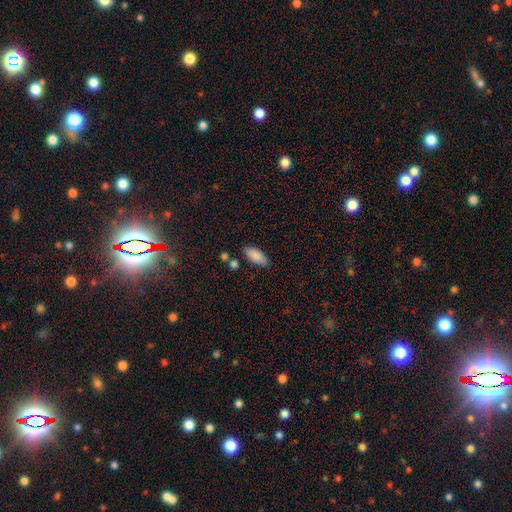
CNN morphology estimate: Smooth or featured? smooth (87%)
How rounded? in between (89%)
Merging? none (78%)